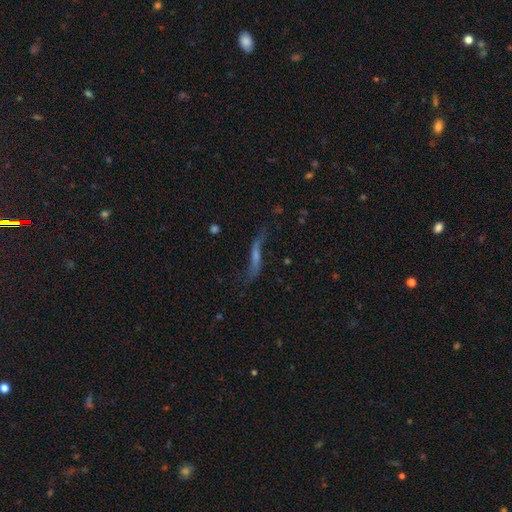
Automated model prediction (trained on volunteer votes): smooth_or_featured: featured or disk (p=0.65) [alt: smooth p=0.23]
disk_edge_on: yes (p=0.52) [alt: no p=0.48]
merging: none (p=0.62) [alt: minor disturbance p=0.21]